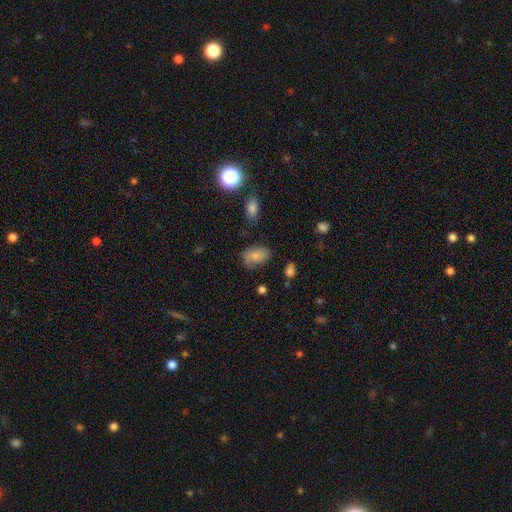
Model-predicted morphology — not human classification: Q: Smooth or featured?
A: smooth (71%); runner-up: featured or disk (20%)
Q: How rounded?
A: in between (85%); runner-up: round (13%)
Q: Merging?
A: none (57%); runner-up: minor disturbance (29%)